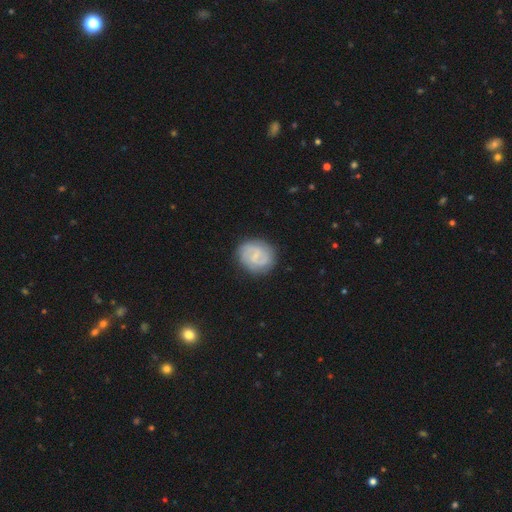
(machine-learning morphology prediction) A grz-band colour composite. It shows a featured or disk galaxy (66%) with a weak bar (57%), 2 (71%) medium (42%, tied with tight) spiral arms (90%) and a small central bulge (54%). Merging: none (82%).